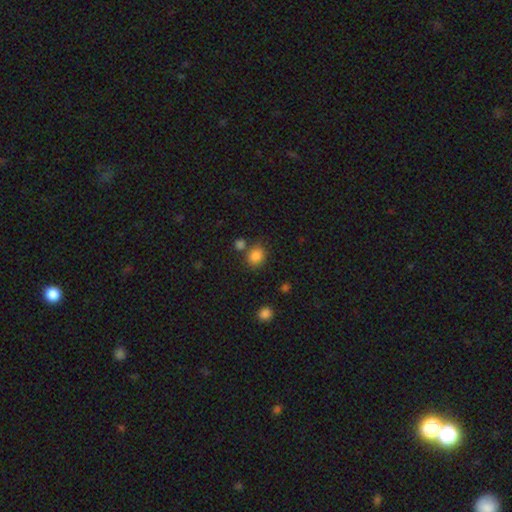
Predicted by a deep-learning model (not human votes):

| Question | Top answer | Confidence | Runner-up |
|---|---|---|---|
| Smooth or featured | smooth | 84% | star or artifact (11%) |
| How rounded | round | 73% | in between (26%) |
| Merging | none | 70% | merger (13%) |